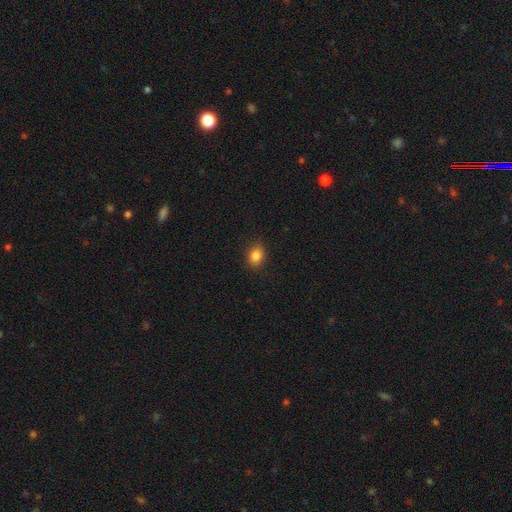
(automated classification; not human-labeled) Morphology: type=smooth (85%); roundness=in between (59%); merging=none (87%).